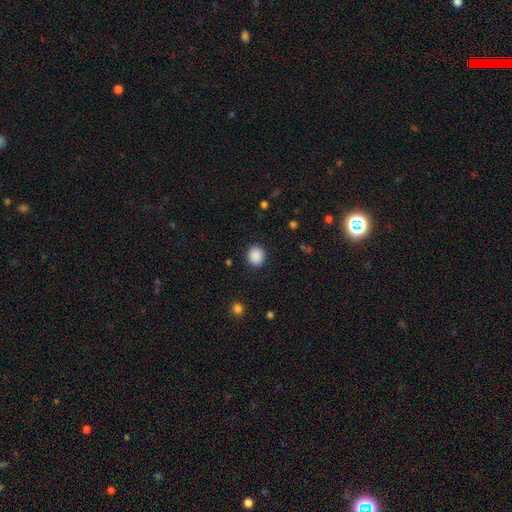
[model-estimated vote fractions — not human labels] smooth_or_featured: smooth (p=0.89) [alt: star or artifact p=0.08]
how_rounded: round (p=0.77) [alt: in between p=0.22]
merging: none (p=0.90) [alt: minor disturbance p=0.07]